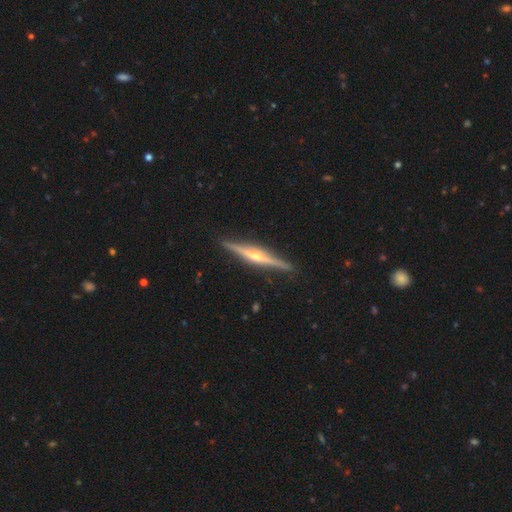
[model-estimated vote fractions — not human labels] Smooth or featured? Predicted: featured or disk (p=0.82). Edge-on disk? Predicted: yes (p=0.98). Edge-on bulge? Predicted: rounded (p=0.83). Merging? Predicted: none (p=0.90).